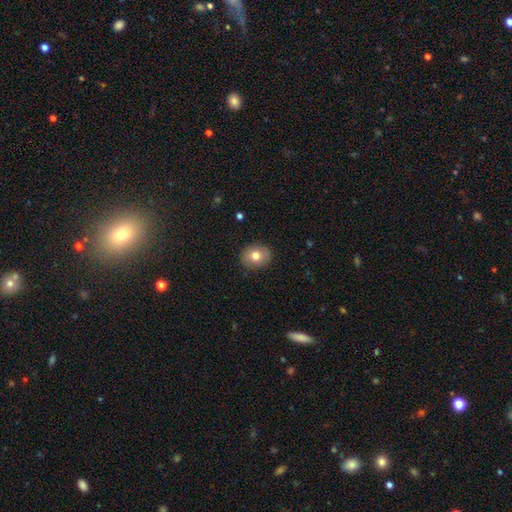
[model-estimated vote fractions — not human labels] smooth-or-featured: smooth: 77% | featured or disk: 15% | star or artifact: 9%
  how-rounded: round: 61% | in between: 38% | cigar-shaped: 1%
  merging: none: 89% | minor disturbance: 8% | major disturbance: 2% | merger: 1%